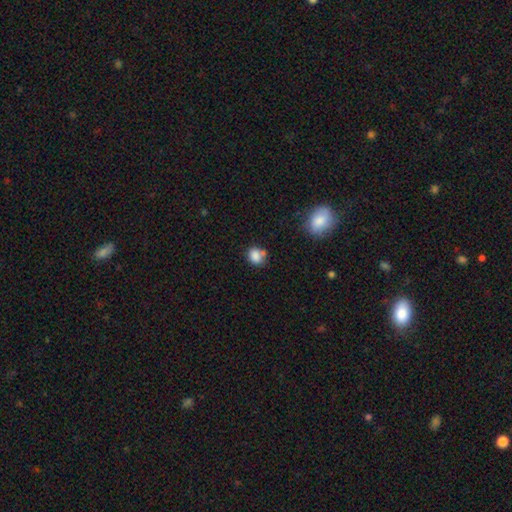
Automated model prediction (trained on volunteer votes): Smooth or featured: smooth — 83% (star or artifact — 10%)
How rounded: round — 55% (in between — 44%)
Merging: none — 55% (minor disturbance — 21%)